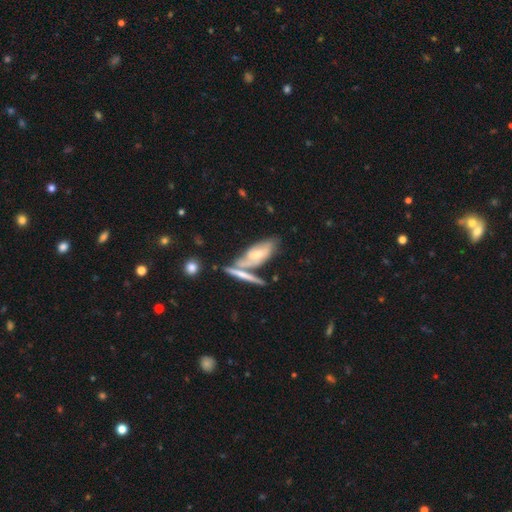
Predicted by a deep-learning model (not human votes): The model was most divided on "merging": none: 42%, merger: 37%, minor disturbance: 15%, major disturbance: 6%. Remaining: smooth or featured — featured or disk (48%).